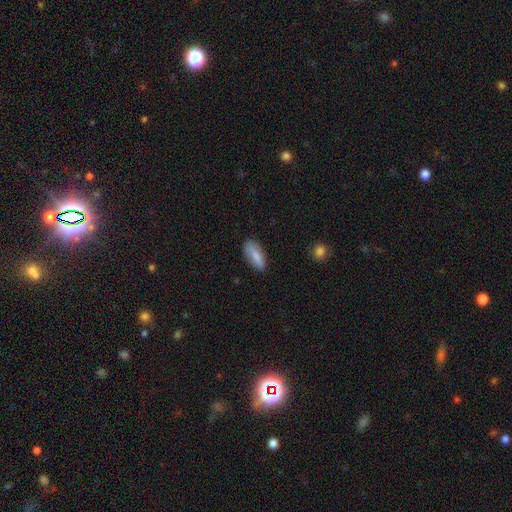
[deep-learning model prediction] This is clearly a smooth galaxy (80%). How rounded: likely in between (72%). Merging: likely none (78%).